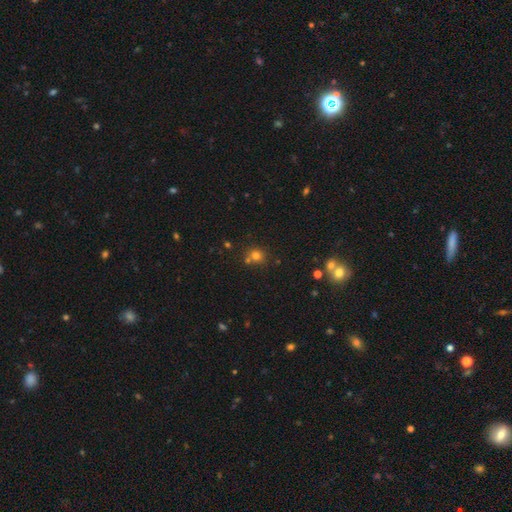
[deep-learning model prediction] Smooth or featured: smooth — 72% (star or artifact — 20%)
How rounded: round — 84% (in between — 15%)
Merging: none — 63% (merger — 24%)